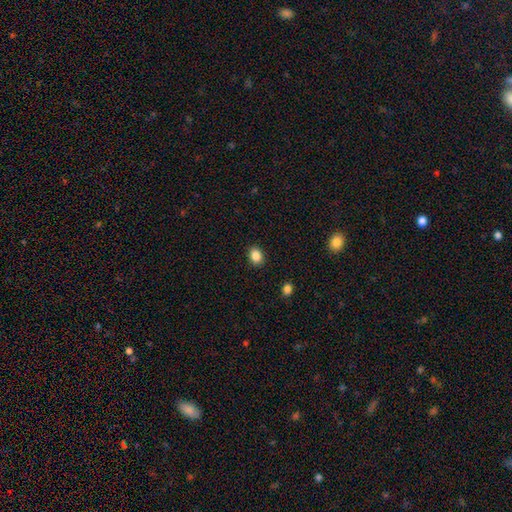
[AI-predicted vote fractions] smooth_or_featured: smooth (p=0.87) [alt: star or artifact p=0.10]
how_rounded: in between (p=0.58) [alt: round p=0.41]
merging: none (p=0.89) [alt: minor disturbance p=0.07]